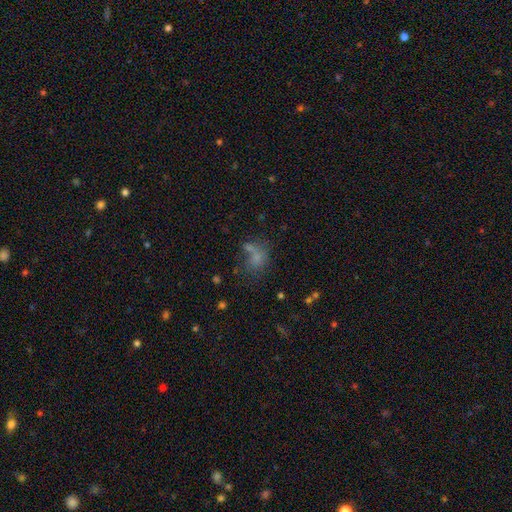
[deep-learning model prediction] Smooth or featured? smooth (65%)
How rounded? in between (63%)
Merging? none (38%)